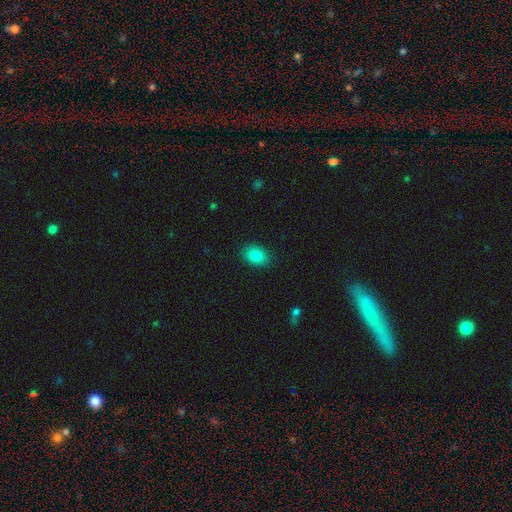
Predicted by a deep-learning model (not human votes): Smooth or featured: smooth — 85% (star or artifact — 9%)
How rounded: in between — 80% (round — 19%)
Merging: none — 87% (minor disturbance — 10%)